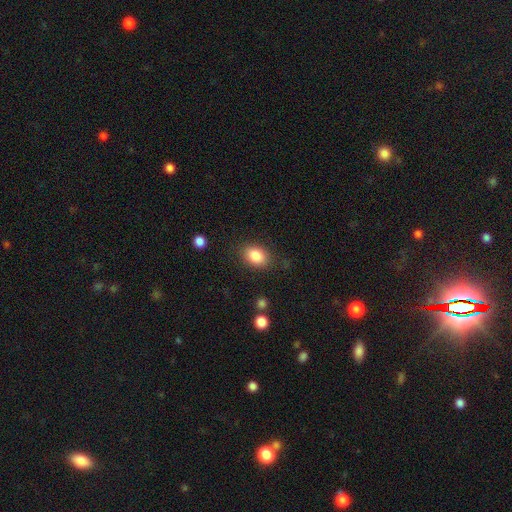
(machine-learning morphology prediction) smooth-or-featured: smooth: 86% | star or artifact: 8% | featured or disk: 6%
  how-rounded: in between: 73% | round: 26% | cigar-shaped: 1%
  merging: none: 82% | minor disturbance: 12% | major disturbance: 4% | merger: 2%